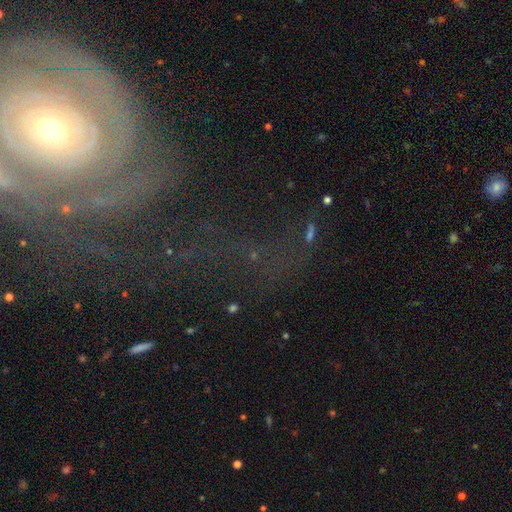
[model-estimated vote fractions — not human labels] Overall: featured or disk (54%; star or artifact 30%). Edge-on disk: no (90%). Merging: none (49%; major disturbance 27%).